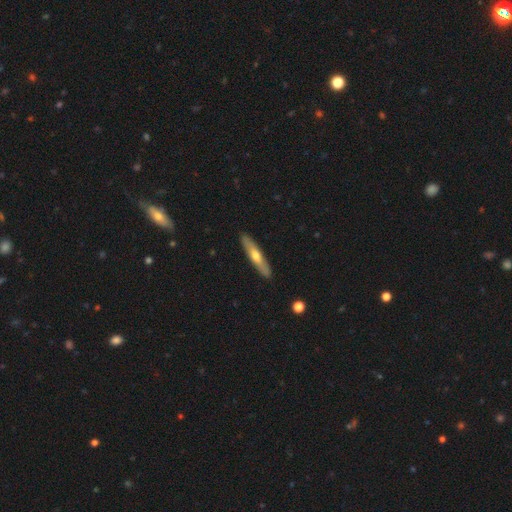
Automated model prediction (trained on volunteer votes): Morphology: type=featured or disk (48%); merging=none (91%).